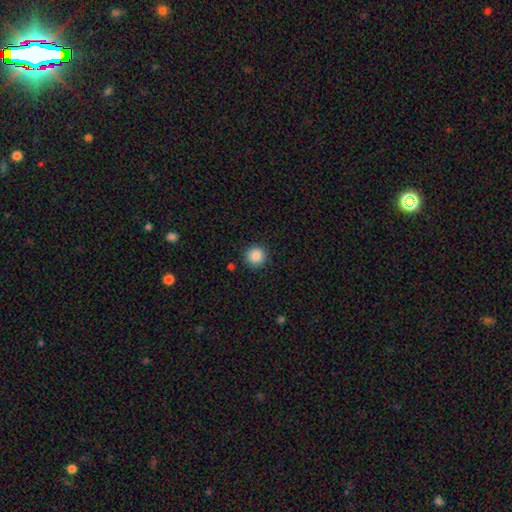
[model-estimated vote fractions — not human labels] This is clearly a smooth galaxy (87%). How rounded: clearly round (95%). Merging: clearly none (91%).